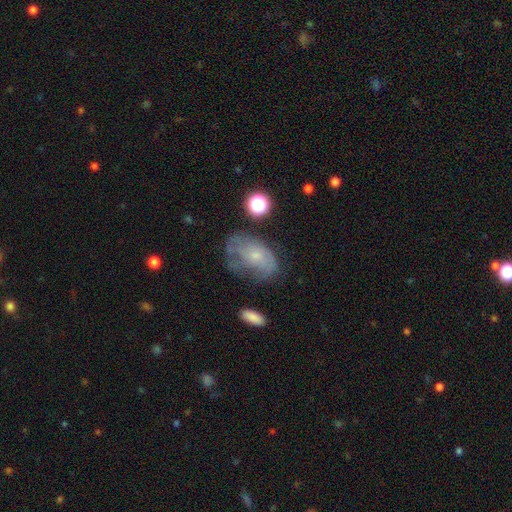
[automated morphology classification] Smooth or featured?
  - featured or disk: 49% *
  - smooth: 41%
  - star or artifact: 10%
Merging?
  - none: 43% *
  - minor disturbance: 29%
  - major disturbance: 24%
  - merger: 4%